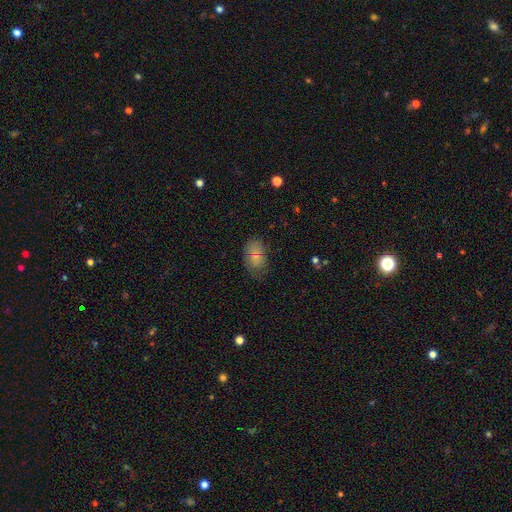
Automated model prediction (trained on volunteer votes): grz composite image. It shows a smooth galaxy with no disk features (75%) that is in between round and cigar-shaped (86%). Merging: none (58%).